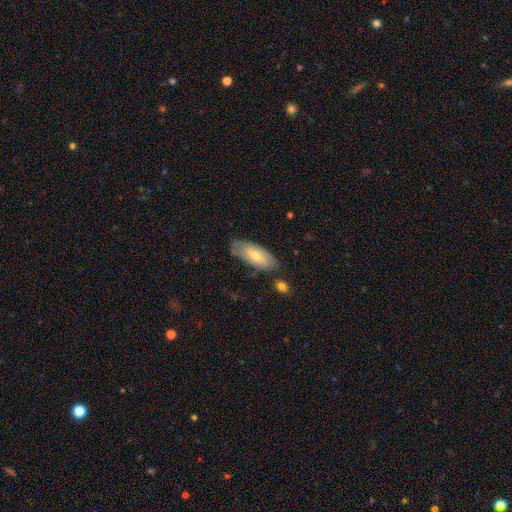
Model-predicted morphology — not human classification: Smooth or featured? Predicted: smooth (p=0.63). How rounded? Predicted: in between (p=0.81). Merging? Predicted: none (p=0.74).